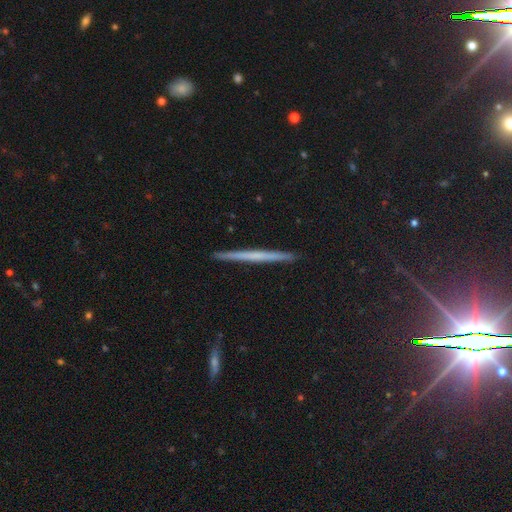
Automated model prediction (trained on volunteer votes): Smooth or featured? Predicted: featured or disk (p=0.54). Edge-on disk? Predicted: yes (p=0.98). Edge-on bulge? Predicted: none (p=0.82). Merging? Predicted: none (p=0.92).